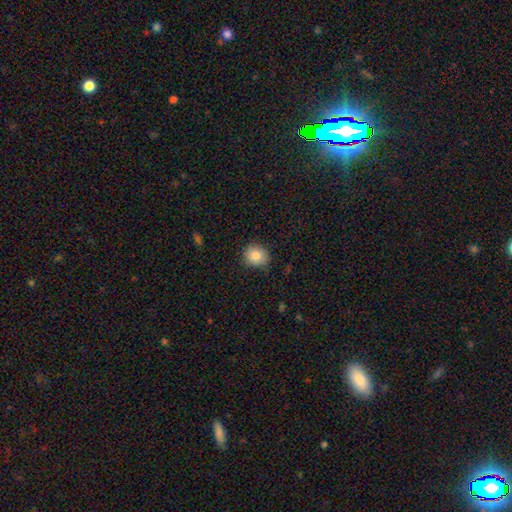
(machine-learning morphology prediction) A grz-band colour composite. It shows a smooth galaxy with no disk features (83%) that is round (81%). Merging: none (83%).